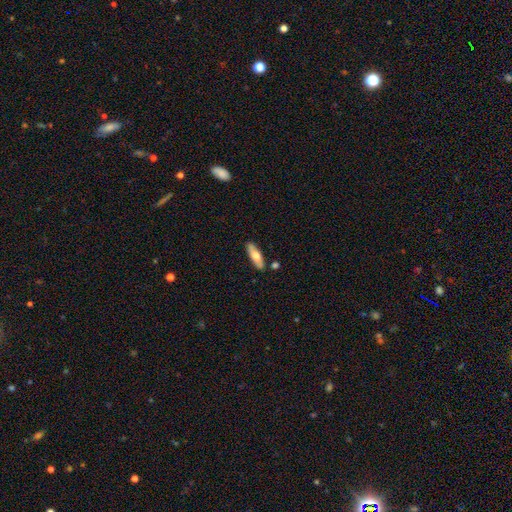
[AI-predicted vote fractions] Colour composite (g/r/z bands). It shows a smooth galaxy with no disk features (65%) that is in between round and cigar-shaped (54%). Merging: none (81%).